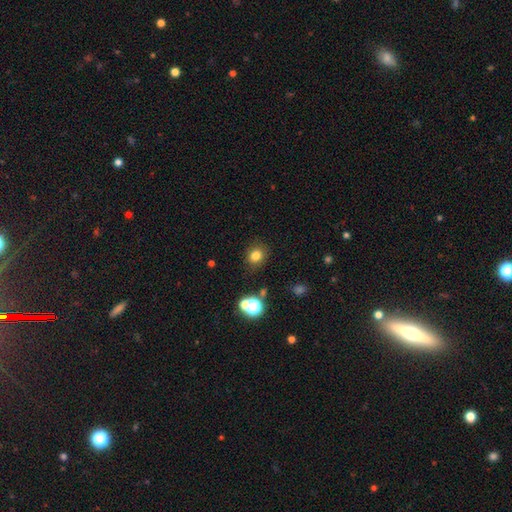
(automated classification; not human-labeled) smooth 78%, star or artifact 15%, featured or disk 7%. Down the decision tree: how rounded — round (71%); merging — none (84%).